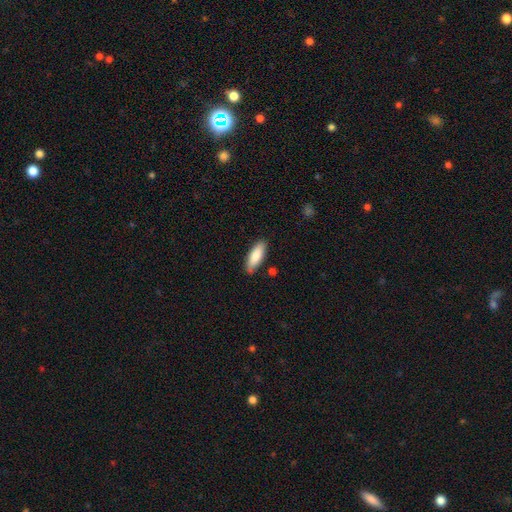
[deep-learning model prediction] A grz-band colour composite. It shows a smooth galaxy with no disk features (84%) that is in between round and cigar-shaped (61%). Merging: none (83%).